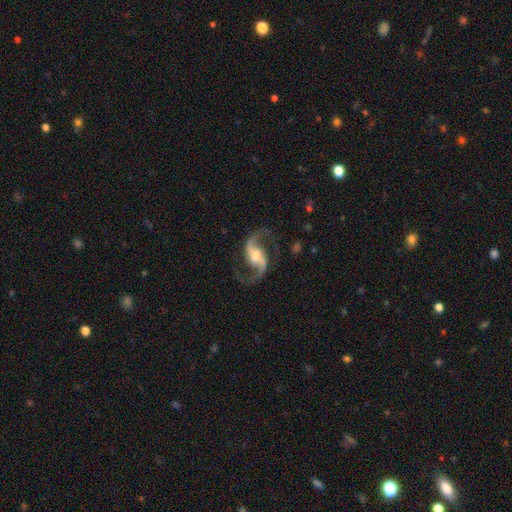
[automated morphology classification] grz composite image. It shows a featured or disk galaxy (93%) with a weak bar (46%), 2 (95%) loose (56%) spiral arms (98%) and a moderate central bulge (49%). Merging: none (80%).